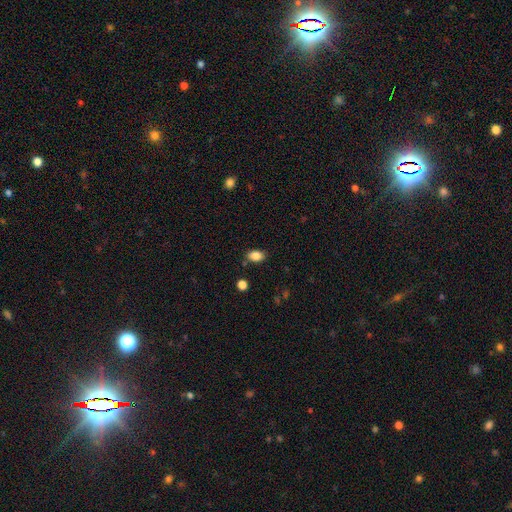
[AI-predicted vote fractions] smooth_or_featured: smooth (p=0.86) [alt: star or artifact p=0.09]
how_rounded: in between (p=0.84) [alt: round p=0.15]
merging: none (p=0.81) [alt: minor disturbance p=0.13]